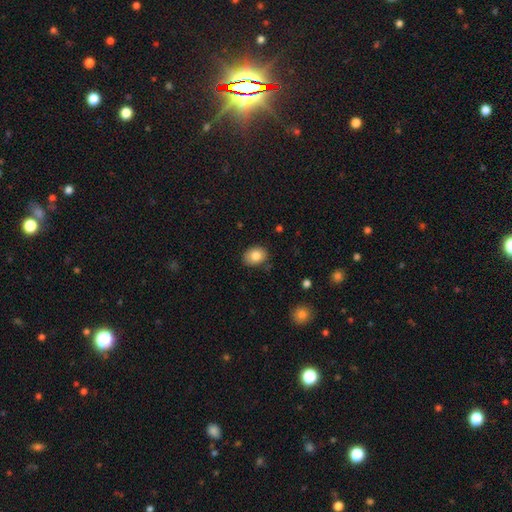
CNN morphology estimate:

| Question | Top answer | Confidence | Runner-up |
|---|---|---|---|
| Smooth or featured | smooth | 83% | featured or disk (9%) |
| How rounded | in between | 60% | round (39%) |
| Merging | none | 82% | minor disturbance (14%) |